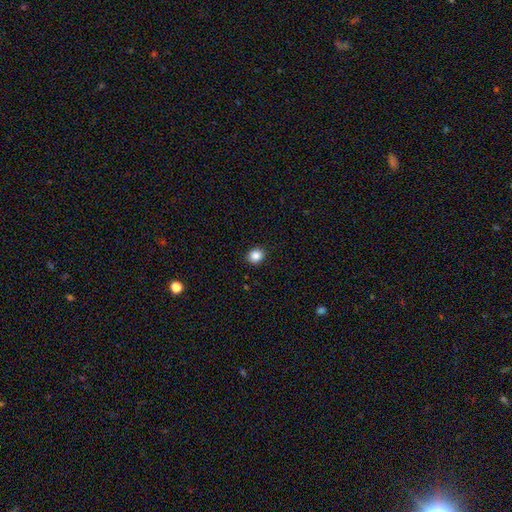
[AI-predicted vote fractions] Smooth or featured? Predicted: smooth (p=0.86). How rounded? Predicted: round (p=0.68). Merging? Predicted: none (p=0.91).